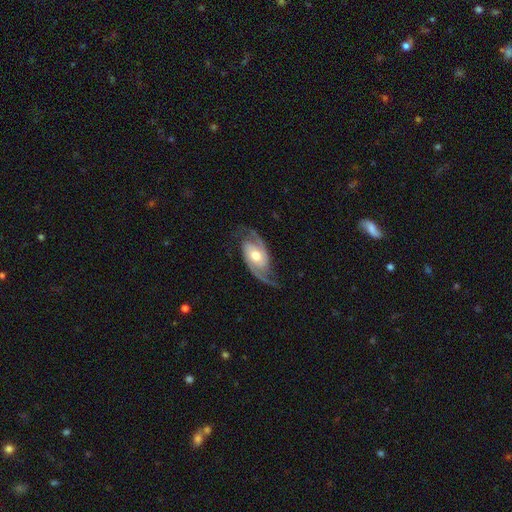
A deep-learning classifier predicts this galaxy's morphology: A featured or disk galaxy (90%) with no bar (57%), 2 (93%) medium (50%) spiral arms (98%) and a moderate central bulge (69%).

Vote fractions:
- Smooth or featured? featured or disk: 90% / smooth: 6% / star or artifact: 4%
- Edge-on disk? no: 96% / yes: 4%
- Bar? no: 57% / weak: 31% / strong: 12%
- Spiral arms? yes: 98% / no: 2%
- Spiral winding? medium: 50% / loose: 28% / tight: 22%
- Spiral arm count? 2: 93% / can't tell: 2% / 1: 1% / 3: 1% / 4: 1% / more than 4: 1%
- Bulge size? moderate: 69% / small: 19% / large: 9% / none: 1% / dominant: 1%
- Merging? none: 77% / minor disturbance: 15% / major disturbance: 7% / merger: 1%